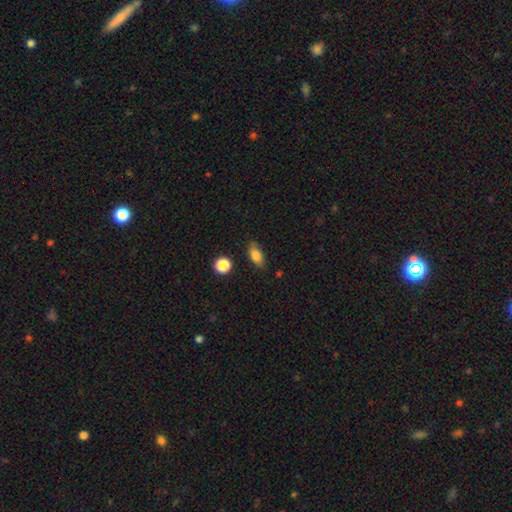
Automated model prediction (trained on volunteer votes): Q: Smooth or featured?
A: smooth (81%); runner-up: featured or disk (10%)
Q: How rounded?
A: in between (82%); runner-up: cigar-shaped (11%)
Q: Merging?
A: none (81%); runner-up: minor disturbance (14%)